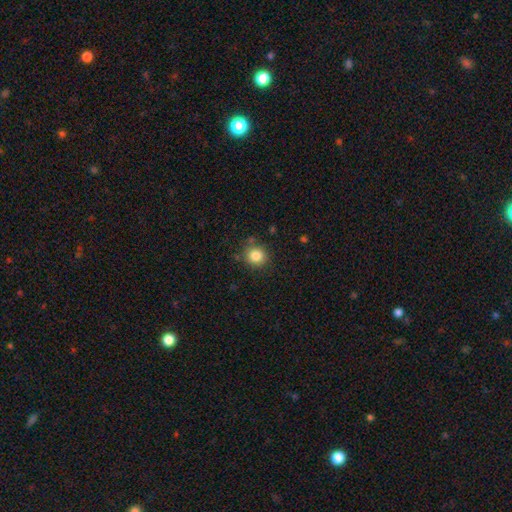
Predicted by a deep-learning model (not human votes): Smooth or featured? Predicted: smooth (p=0.84). How rounded? Predicted: round (p=0.88). Merging? Predicted: none (p=0.84).